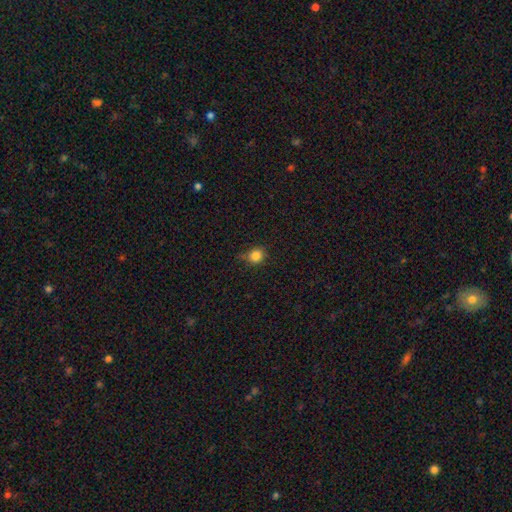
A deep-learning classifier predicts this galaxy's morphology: smooth 83%, star or artifact 12%, featured or disk 5%. Down the decision tree: how rounded — round (82%); merging — none (67%).